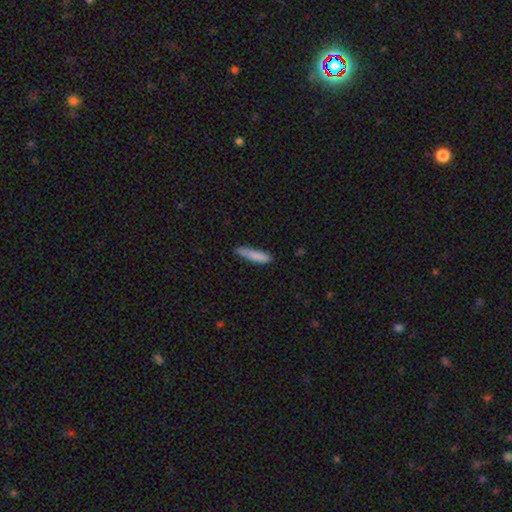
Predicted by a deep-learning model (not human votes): Smooth or featured: smooth — 84% (featured or disk — 9%)
How rounded: cigar-shaped — 84% (in between — 14%)
Merging: none — 69% (minor disturbance — 25%)